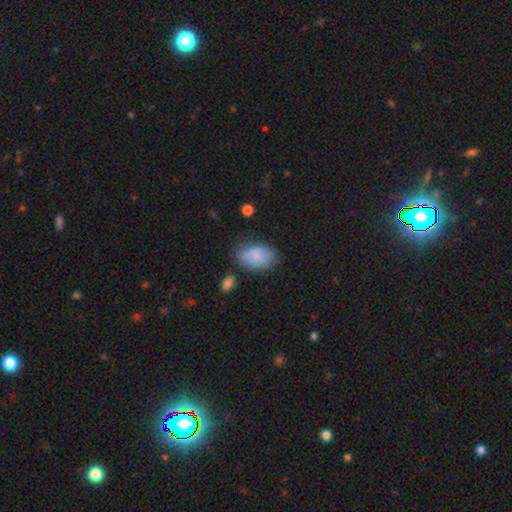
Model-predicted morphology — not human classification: This is clearly a smooth galaxy (82%). How rounded: clearly in between (86%). Merging: likely none (62%).